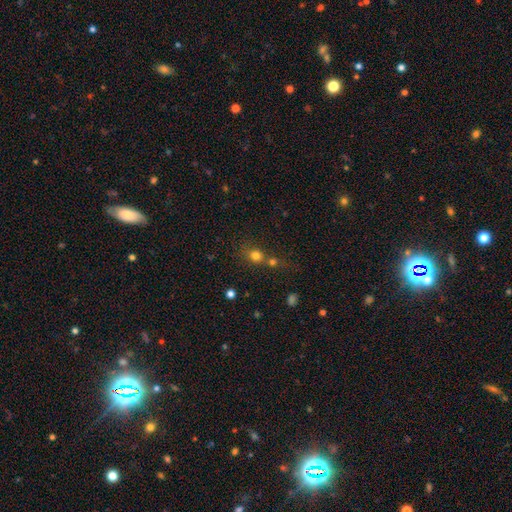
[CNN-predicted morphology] The model was most divided on "merging": none: 43%, merger: 41%, minor disturbance: 10%, major disturbance: 6%. More confident: smooth or featured — smooth (75%); how rounded — round (75%).